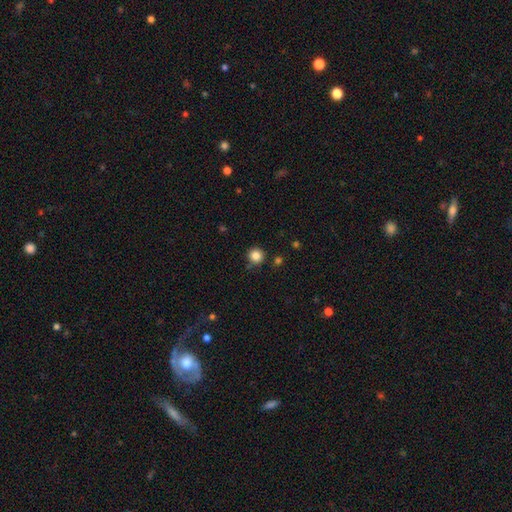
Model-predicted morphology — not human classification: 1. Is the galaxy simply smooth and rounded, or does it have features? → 84% smooth, 12% star or artifact, 4% featured or disk.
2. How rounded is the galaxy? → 94% round, 5% in between, 1% cigar-shaped.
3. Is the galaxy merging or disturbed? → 86% none, 9% minor disturbance, 3% merger, 2% major disturbance.